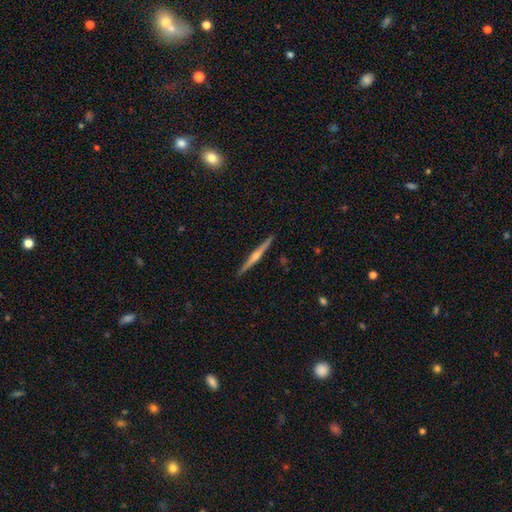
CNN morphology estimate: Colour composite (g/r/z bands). It shows a featured or disk galaxy (75%) viewed edge-on (98%) with a rounded central bulge (83%). Merging: none (92%).